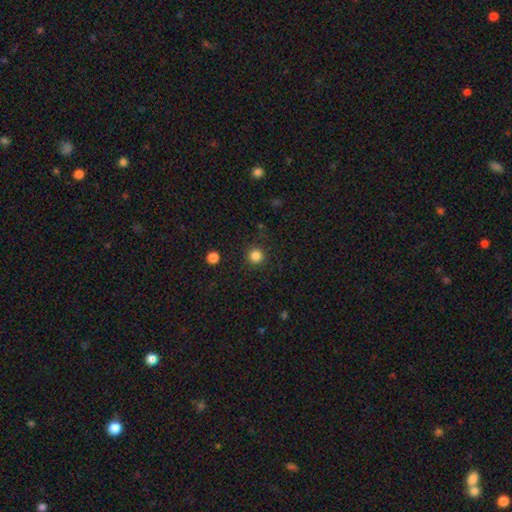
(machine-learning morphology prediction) This is clearly a smooth galaxy (84%). How rounded: clearly round (95%). Merging: clearly none (91%).